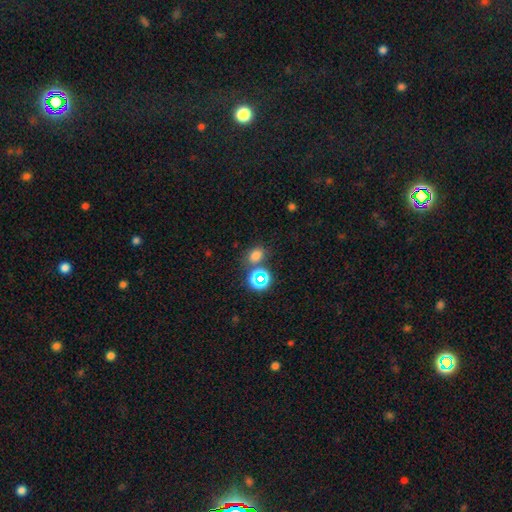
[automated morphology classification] This appears to be a smooth galaxy with no disk features (69%) that is in between round and cigar-shaped (52%). Merging: none (67%).